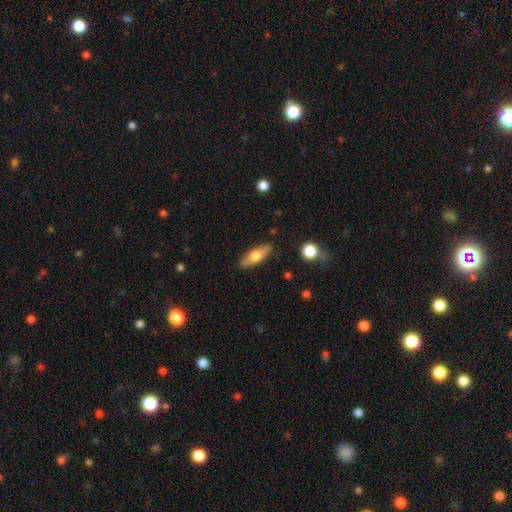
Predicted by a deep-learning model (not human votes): Overall: smooth (55%; featured or disk 39%). How rounded: in between (56%; cigar-shaped 41%). Merging: none (86%).